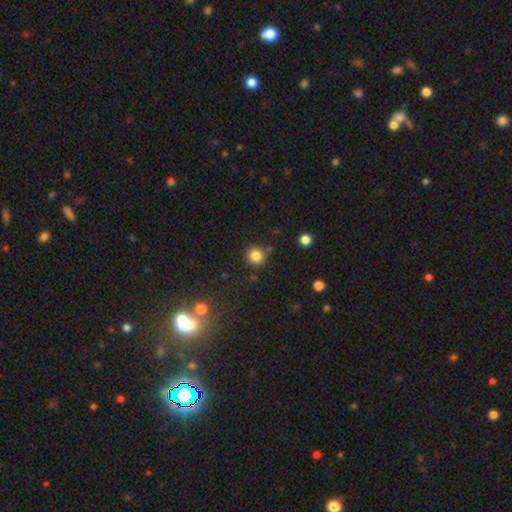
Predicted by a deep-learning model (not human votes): Smooth or featured? smooth (83%)
How rounded? round (90%)
Merging? none (82%)